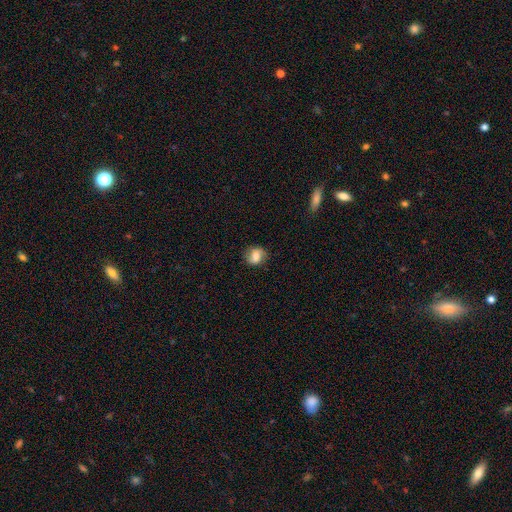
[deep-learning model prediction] A smooth galaxy with no disk features (67%) that is round (66%). Merging: none (80%).